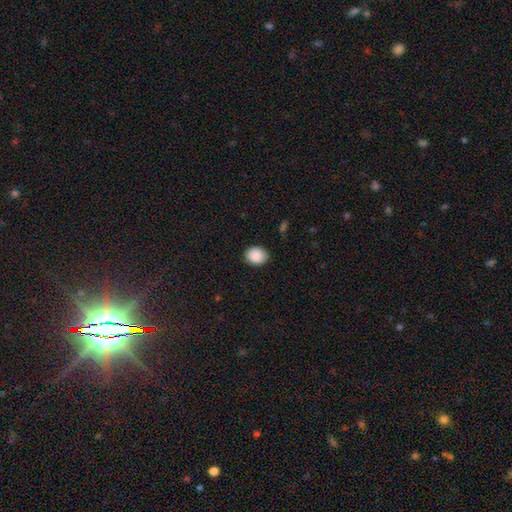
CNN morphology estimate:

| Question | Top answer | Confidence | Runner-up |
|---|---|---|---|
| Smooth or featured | smooth | 90% | star or artifact (7%) |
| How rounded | round | 55% | in between (44%) |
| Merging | none | 87% | minor disturbance (10%) |